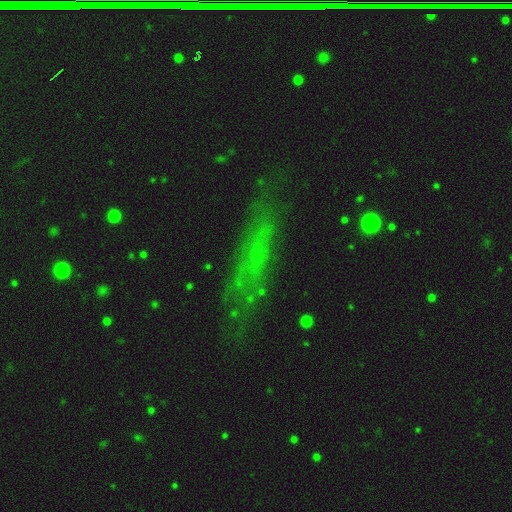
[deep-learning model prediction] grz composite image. It shows a smooth galaxy with no disk features (40%). Merging: none (74%).